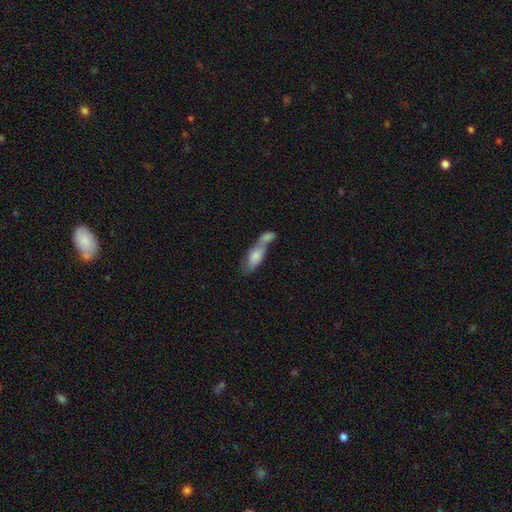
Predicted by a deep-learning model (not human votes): Smooth or featured? smooth (73%)
How rounded? in between (72%)
Merging? merger (70%)